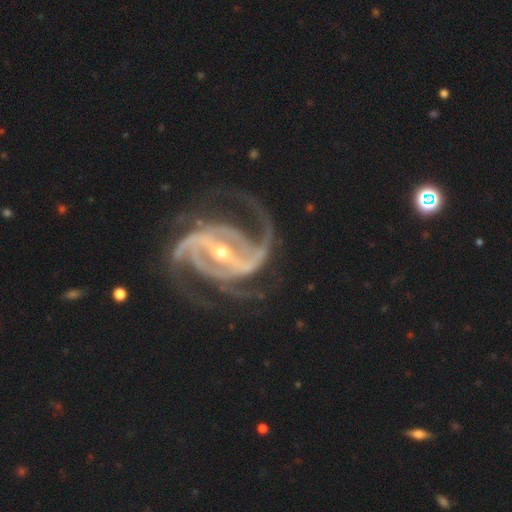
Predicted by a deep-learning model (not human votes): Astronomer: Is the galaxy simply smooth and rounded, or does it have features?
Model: featured or disk — 94%.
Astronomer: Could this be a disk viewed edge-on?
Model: no — 97%.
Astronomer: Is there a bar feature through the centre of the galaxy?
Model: strong — 75%.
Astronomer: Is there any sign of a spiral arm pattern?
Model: yes — 98%.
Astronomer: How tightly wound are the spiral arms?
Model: medium — 58%.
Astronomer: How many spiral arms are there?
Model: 2 — 49% (runner-up: 3, 26%).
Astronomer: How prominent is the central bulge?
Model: small — 63%.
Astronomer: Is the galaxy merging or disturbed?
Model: none — 64%.